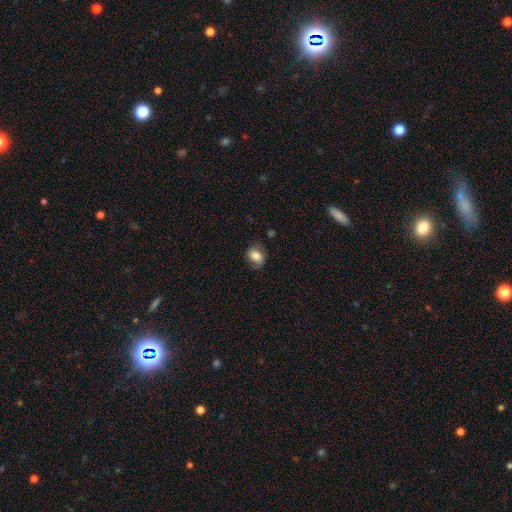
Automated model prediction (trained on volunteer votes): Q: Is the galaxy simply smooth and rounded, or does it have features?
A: smooth — 77%.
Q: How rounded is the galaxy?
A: in between — 55%.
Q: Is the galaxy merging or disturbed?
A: none — 71%.